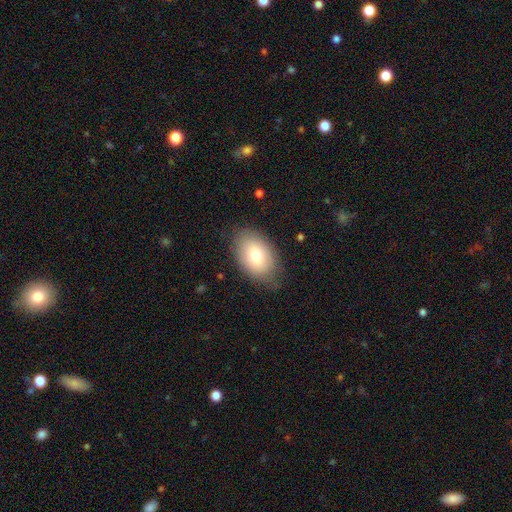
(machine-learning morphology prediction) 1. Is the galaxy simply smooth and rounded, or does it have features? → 76% smooth, 16% featured or disk, 8% star or artifact.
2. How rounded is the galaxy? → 87% in between, 12% round, 1% cigar-shaped.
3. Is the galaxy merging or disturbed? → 78% none, 17% minor disturbance, 4% major disturbance, 1% merger.